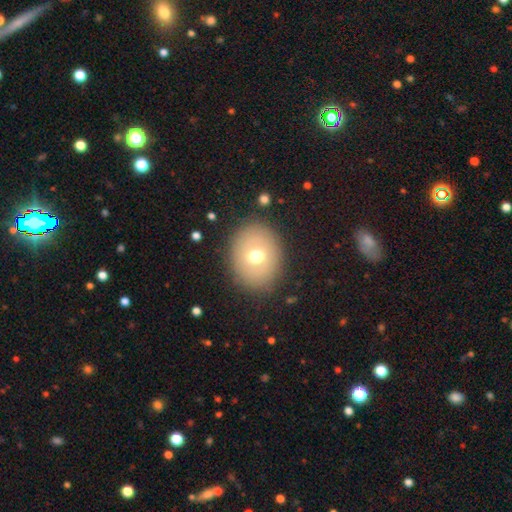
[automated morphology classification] A smooth galaxy with no disk features (64%) that is round (55%).

Vote fractions:
- Smooth or featured? smooth: 64% / featured or disk: 24% / star or artifact: 12%
- How rounded? round: 55% / in between: 44% / cigar-shaped: 1%
- Merging? none: 84% / minor disturbance: 9% / major disturbance: 5% / merger: 1%